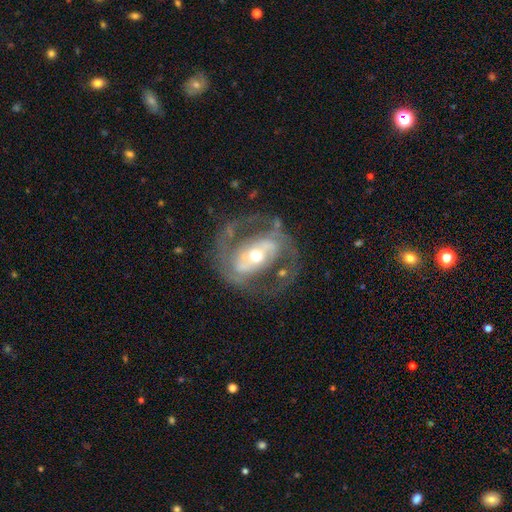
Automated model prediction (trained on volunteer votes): A featured or disk galaxy (84%) with a strong bar (40%), 2 (83%) medium (50%) spiral arms (79%) and a moderate central bulge (63%). Merging: none (66%).